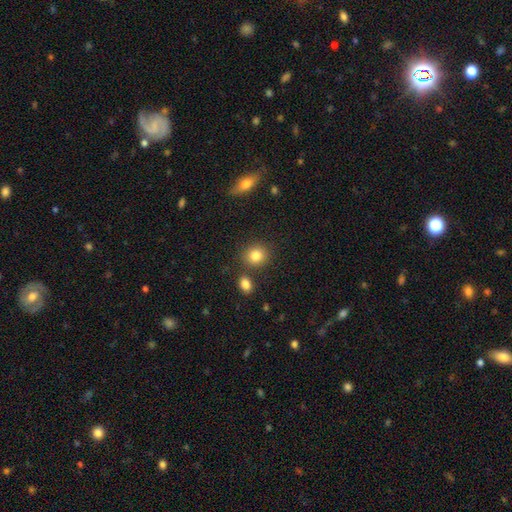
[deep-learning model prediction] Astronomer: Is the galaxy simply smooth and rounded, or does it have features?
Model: smooth — 84%.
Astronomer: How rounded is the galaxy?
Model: round — 78%.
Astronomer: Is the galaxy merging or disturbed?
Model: none — 79%.